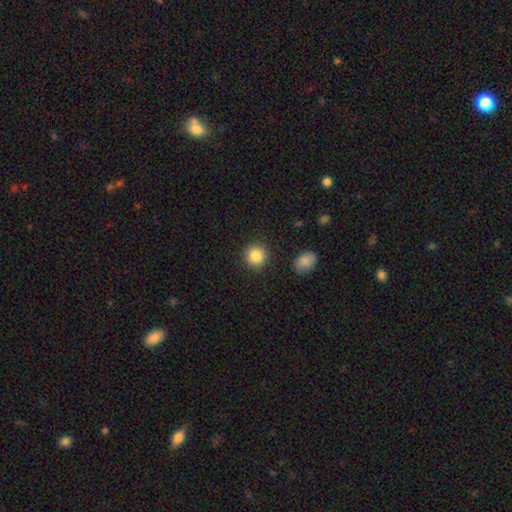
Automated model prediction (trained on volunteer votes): A smooth galaxy with no disk features (86%) that is round (91%). Merging: none (90%).